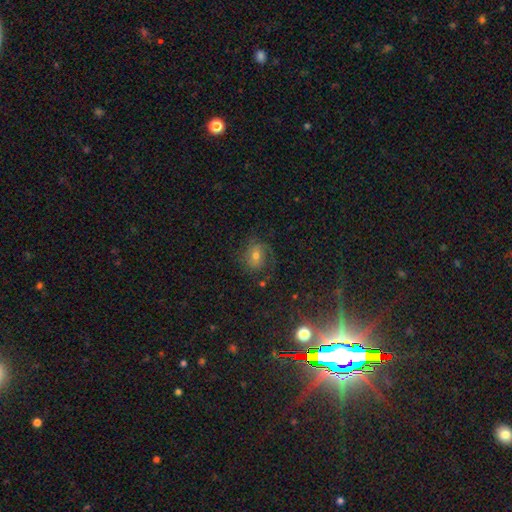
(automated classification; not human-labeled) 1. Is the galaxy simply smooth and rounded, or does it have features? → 50% featured or disk, 32% smooth, 18% star or artifact.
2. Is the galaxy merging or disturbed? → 63% none, 19% minor disturbance, 16% major disturbance, 2% merger.